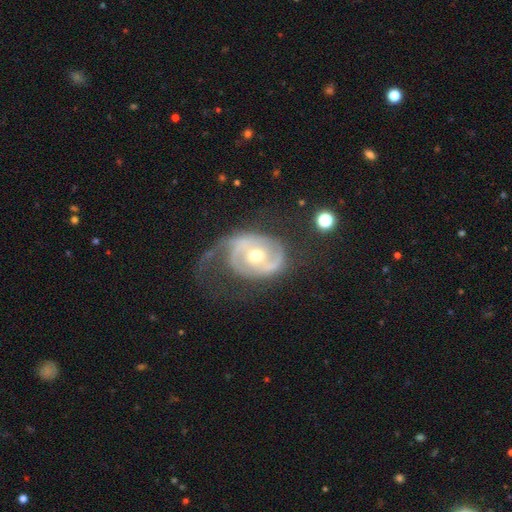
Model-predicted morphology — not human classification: Smooth or featured: featured or disk — 85% (smooth — 10%)
Edge-on disk: no — 97% (yes — 3%)
Bar: no — 53% (weak — 32%)
Spiral arms: yes — 88% (no — 12%)
Spiral winding: medium — 39% (tight — 34%)
Spiral arm count: 2 — 57% (1 — 24%)
Bulge size: moderate — 69% (small — 25%)
Merging: none — 42% (major disturbance — 34%)